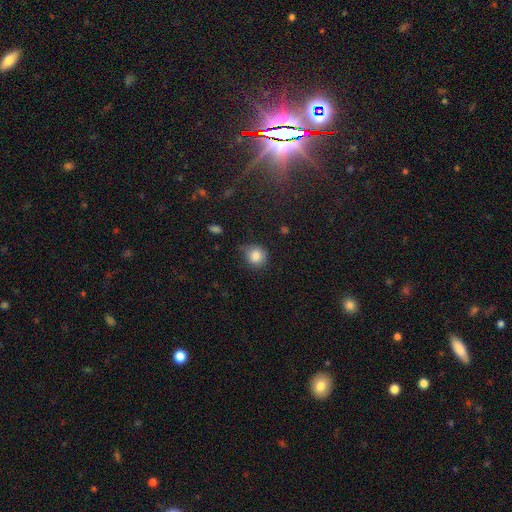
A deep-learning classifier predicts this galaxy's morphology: type=smooth (85%); roundness=round (87%); merging=none (62%).